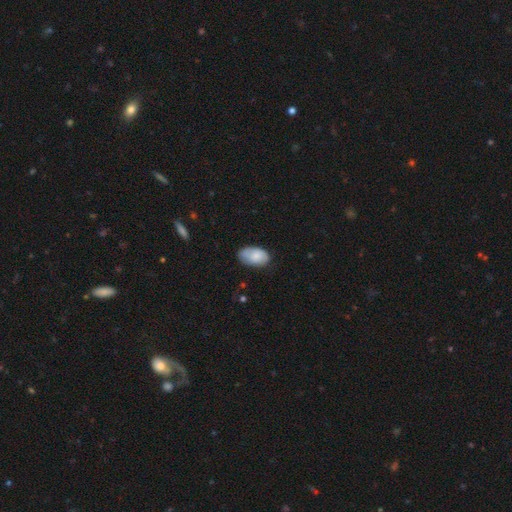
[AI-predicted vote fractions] The model was most divided on "merging": none: 69%, minor disturbance: 25%, major disturbance: 5%, merger: 1%. More confident: how rounded — in between (93%); smooth or featured — smooth (78%).